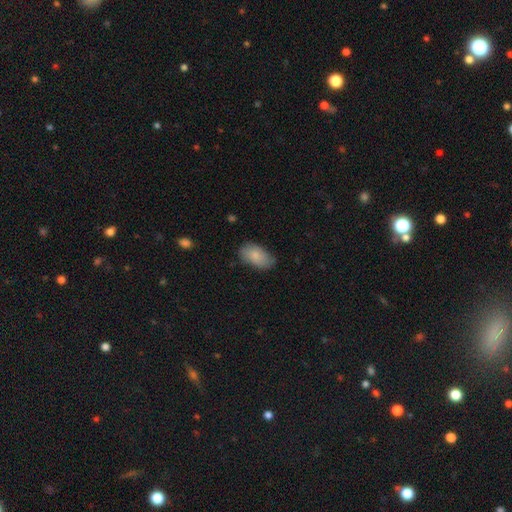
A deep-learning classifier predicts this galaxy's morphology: Smooth or featured? Predicted: smooth (p=0.81). How rounded? Predicted: in between (p=0.94). Merging? Predicted: none (p=0.69).